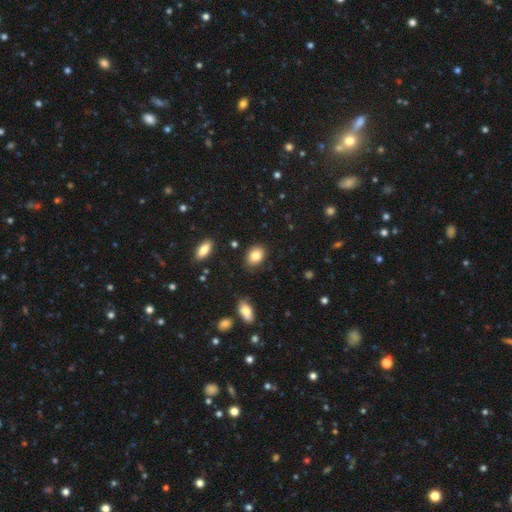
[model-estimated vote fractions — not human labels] Overall: smooth (84%). How rounded: in between (69%; round 30%). Merging: none (85%).